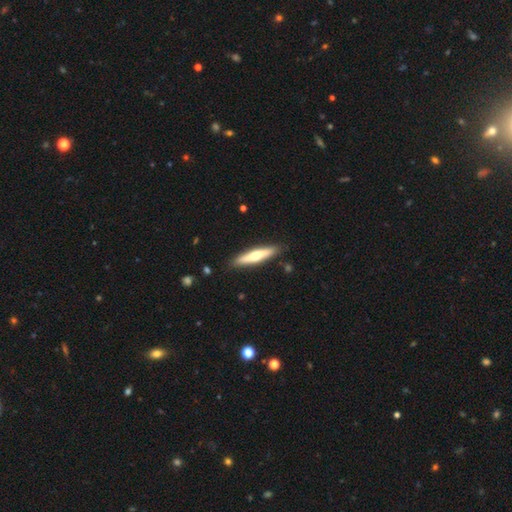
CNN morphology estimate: Smooth or featured: smooth — 49% (featured or disk — 47%)
Merging: none — 89% (minor disturbance — 8%)